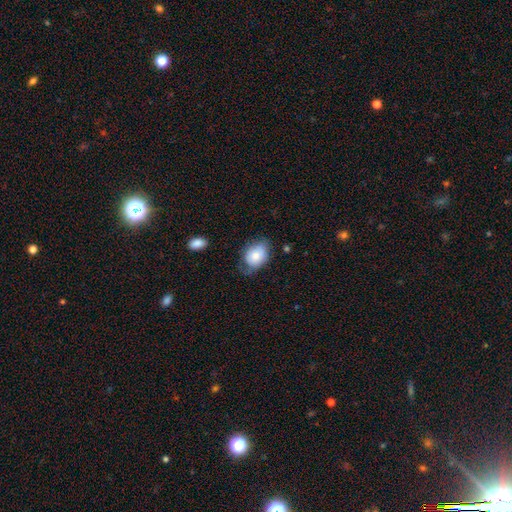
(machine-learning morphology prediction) Smooth or featured? Predicted: smooth (p=0.75). How rounded? Predicted: in between (p=0.69). Merging? Predicted: none (p=0.50).